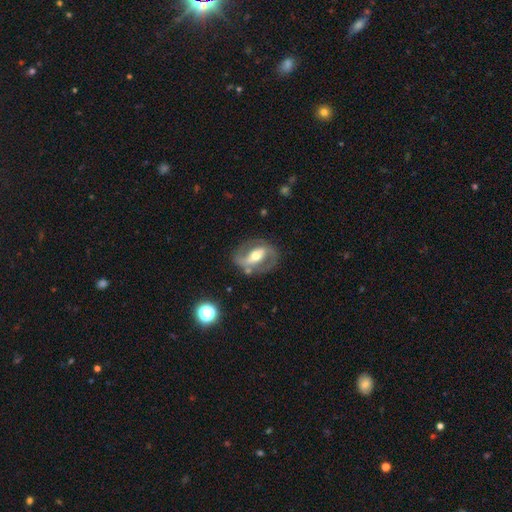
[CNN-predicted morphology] Q: Smooth or featured?
A: featured or disk (80%); runner-up: smooth (14%)
Q: Edge-on disk?
A: no (94%); runner-up: yes (6%)
Q: Bar?
A: strong (49%); runner-up: weak (29%)
Q: Spiral arms?
A: yes (81%); runner-up: no (19%)
Q: Spiral winding?
A: medium (48%); runner-up: loose (28%)
Q: Spiral arm count?
A: 2 (86%); runner-up: can't tell (7%)
Q: Bulge size?
A: moderate (69%); runner-up: small (20%)
Q: Merging?
A: none (73%); runner-up: minor disturbance (15%)